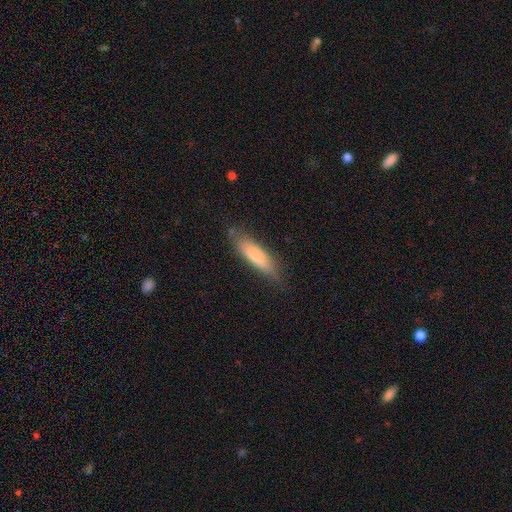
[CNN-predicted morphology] type=smooth (79%); roundness=cigar-shaped (69%); merging=none (77%).